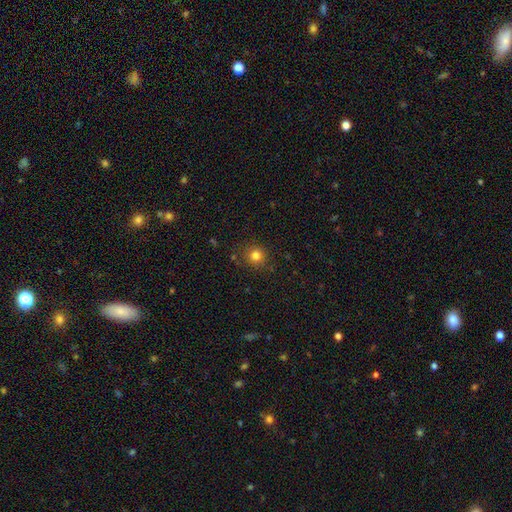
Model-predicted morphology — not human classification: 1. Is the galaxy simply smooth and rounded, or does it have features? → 81% smooth, 14% star or artifact, 5% featured or disk.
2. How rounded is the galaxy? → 92% round, 7% in between, 1% cigar-shaped.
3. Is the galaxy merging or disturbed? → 86% none, 9% minor disturbance, 3% major disturbance, 2% merger.